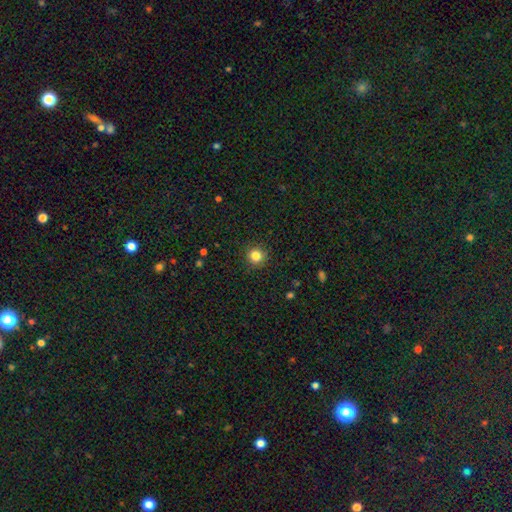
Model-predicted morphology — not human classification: Q: Smooth or featured?
A: smooth (84%); runner-up: star or artifact (12%)
Q: How rounded?
A: round (93%); runner-up: in between (6%)
Q: Merging?
A: none (90%); runner-up: minor disturbance (6%)